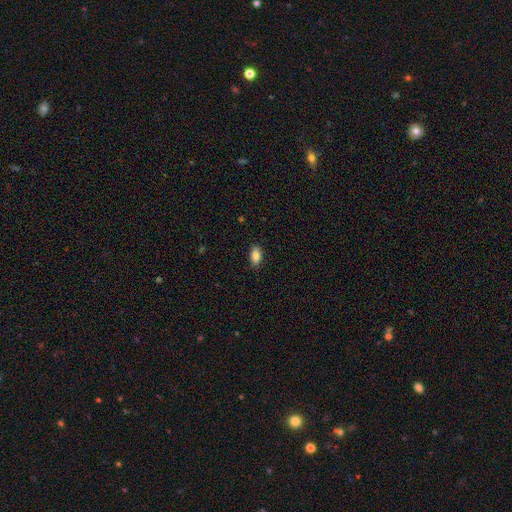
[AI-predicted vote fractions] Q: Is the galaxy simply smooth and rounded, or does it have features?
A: smooth — 87%.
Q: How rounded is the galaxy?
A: in between — 91%.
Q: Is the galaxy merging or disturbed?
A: none — 85%.